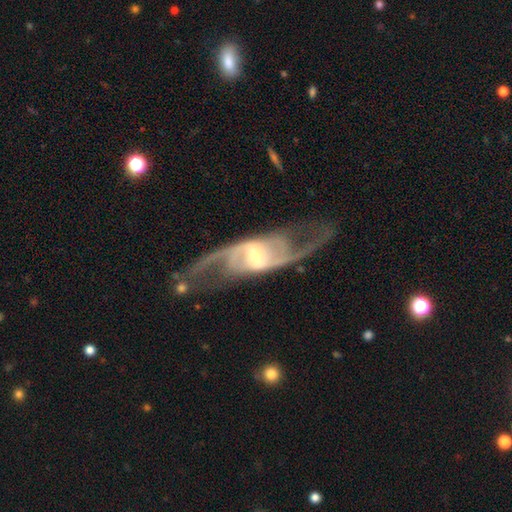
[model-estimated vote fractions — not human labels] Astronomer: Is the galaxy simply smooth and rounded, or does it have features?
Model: featured or disk — 91%.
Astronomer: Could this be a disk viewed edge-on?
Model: no — 94%.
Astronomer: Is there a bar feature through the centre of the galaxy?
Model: strong — 44% (runner-up: weak, 37%).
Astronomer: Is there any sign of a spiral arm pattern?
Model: yes — 96%.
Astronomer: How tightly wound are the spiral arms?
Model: loose — 55% (runner-up: medium, 36%).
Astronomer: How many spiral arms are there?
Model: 2 — 93%.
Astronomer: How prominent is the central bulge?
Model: small — 64%.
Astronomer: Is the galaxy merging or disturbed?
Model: none — 72%.